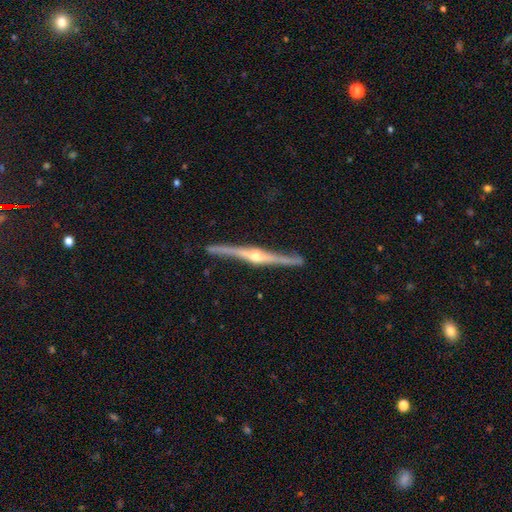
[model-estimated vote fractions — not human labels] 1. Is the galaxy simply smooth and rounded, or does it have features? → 87% featured or disk, 9% smooth, 4% star or artifact.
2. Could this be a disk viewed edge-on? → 97% yes, 3% no.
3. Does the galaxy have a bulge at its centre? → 93% rounded, 4% boxy, 4% none.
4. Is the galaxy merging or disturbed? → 83% none, 12% minor disturbance, 3% major disturbance, 2% merger.